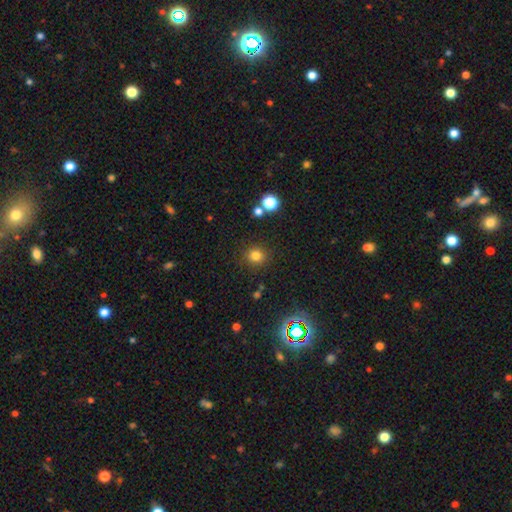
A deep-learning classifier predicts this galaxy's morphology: smooth-or-featured: smooth: 78% | star or artifact: 16% | featured or disk: 6%
  how-rounded: round: 90% | in between: 9% | cigar-shaped: 1%
  merging: none: 86% | minor disturbance: 7% | merger: 3% | major disturbance: 3%